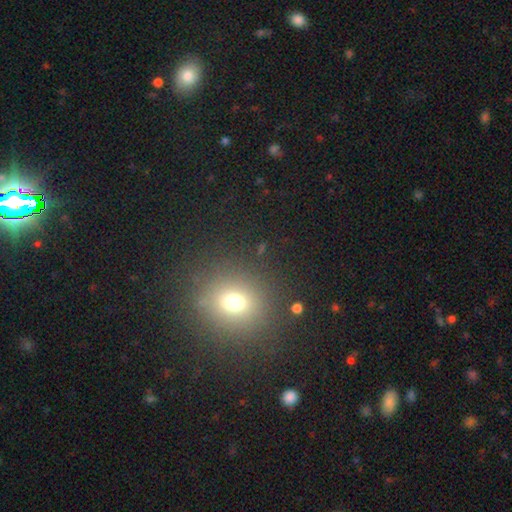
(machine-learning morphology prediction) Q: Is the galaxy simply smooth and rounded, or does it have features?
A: smooth — 59%.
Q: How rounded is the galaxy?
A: round — 80%.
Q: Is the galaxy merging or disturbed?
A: none — 91%.